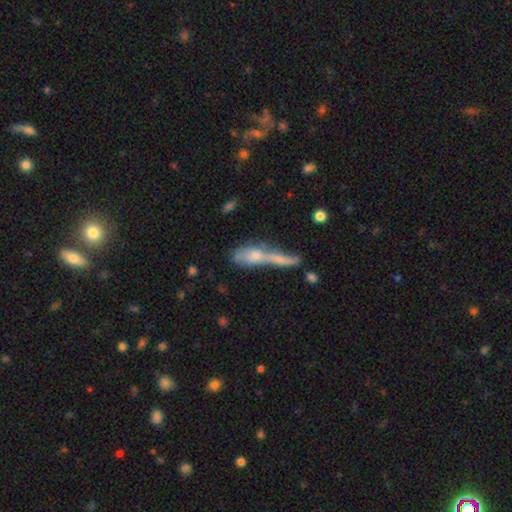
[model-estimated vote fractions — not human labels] Q: Smooth or featured?
A: smooth (53%); runner-up: featured or disk (36%)
Q: How rounded?
A: cigar-shaped (65%); runner-up: in between (29%)
Q: Merging?
A: merger (49%); runner-up: none (27%)